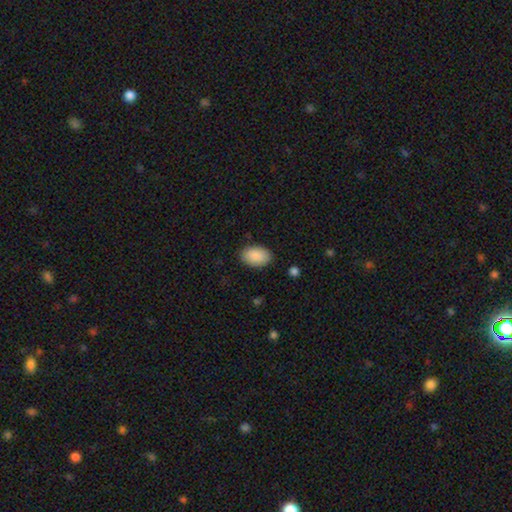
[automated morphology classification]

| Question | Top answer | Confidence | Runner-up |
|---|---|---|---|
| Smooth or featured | smooth | 90% | star or artifact (6%) |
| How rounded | in between | 92% | round (7%) |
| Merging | none | 86% | minor disturbance (10%) |